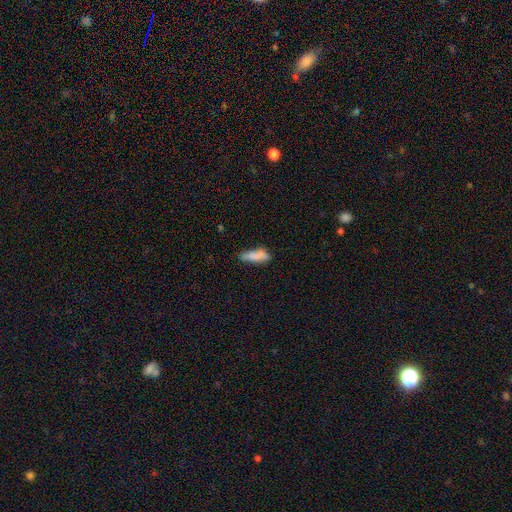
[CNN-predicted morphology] Smooth or featured? Predicted: smooth (p=0.80). How rounded? Predicted: in between (p=0.51). Merging? Predicted: none (p=0.62).